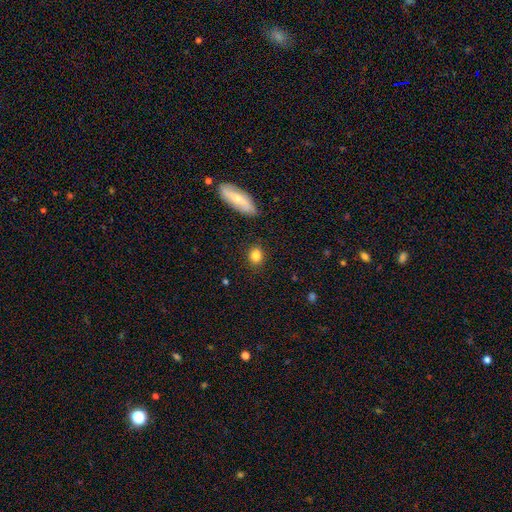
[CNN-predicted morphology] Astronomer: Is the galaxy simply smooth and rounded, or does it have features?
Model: smooth — 83%.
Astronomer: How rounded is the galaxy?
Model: round — 65%.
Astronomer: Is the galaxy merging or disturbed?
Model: none — 87%.